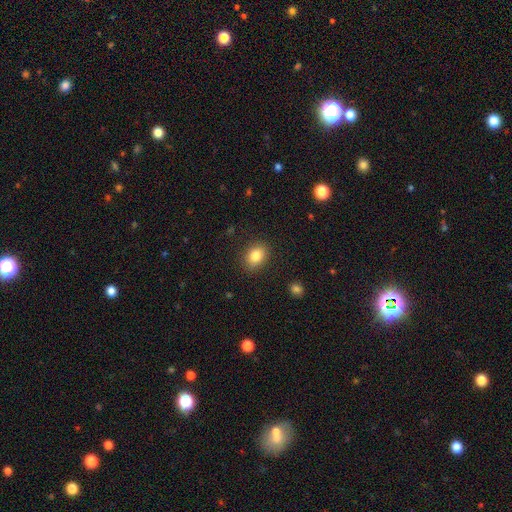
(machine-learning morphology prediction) Smooth or featured? Predicted: smooth (p=0.84). How rounded? Predicted: in between (p=0.64). Merging? Predicted: none (p=0.87).